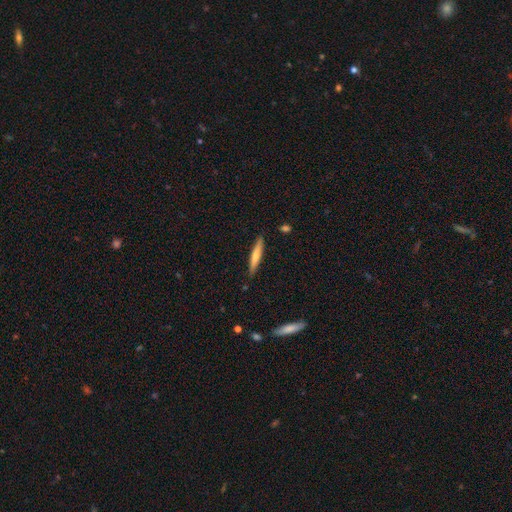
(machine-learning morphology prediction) smooth-or-featured: smooth: 64% | featured or disk: 30% | star or artifact: 6%
  how-rounded: cigar-shaped: 92% | in between: 7% | round: 1%
  merging: none: 88% | minor disturbance: 9% | merger: 2% | major disturbance: 2%